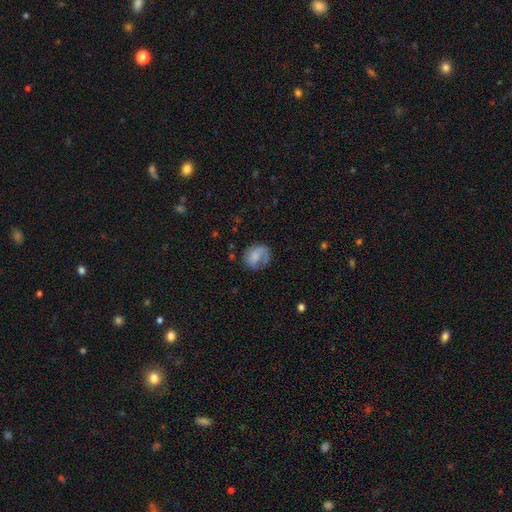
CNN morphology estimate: smooth-or-featured: smooth: 59% | featured or disk: 32% | star or artifact: 8%
  how-rounded: round: 57% | in between: 42% | cigar-shaped: 1%
  merging: none: 46% | major disturbance: 26% | minor disturbance: 25% | merger: 3%